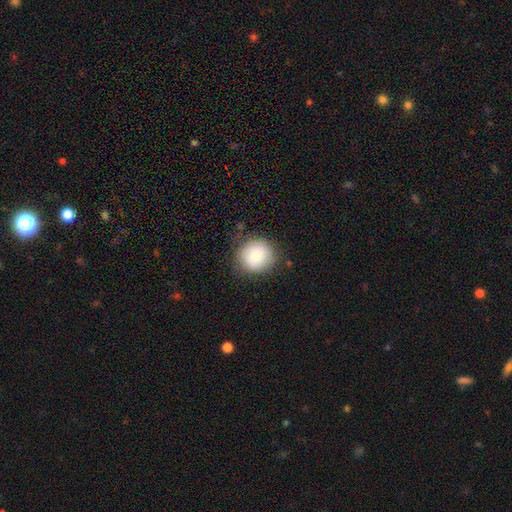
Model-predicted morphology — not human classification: smooth_or_featured: smooth (p=0.85) [alt: star or artifact p=0.08]
how_rounded: round (p=0.90) [alt: in between p=0.10]
merging: none (p=0.82) [alt: minor disturbance p=0.13]